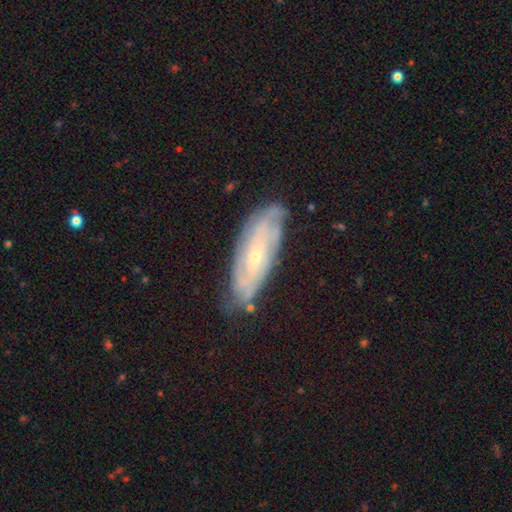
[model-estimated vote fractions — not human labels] Smooth or featured?
  - featured or disk: 77% *
  - smooth: 15%
  - star or artifact: 7%
Edge-on disk?
  - no: 86% *
  - yes: 14%
Bar?
  - no: 68% *
  - weak: 25%
  - strong: 6%
Spiral arms?
  - yes: 92% *
  - no: 8%
Spiral winding?
  - tight: 69% *
  - medium: 24%
  - loose: 6%
Spiral arm count?
  - can't tell: 49% *
  - 2: 16%
  - 3: 12%
  - 4: 12%
  - more than 4: 6%
  - 1: 5%
Bulge size?
  - small: 79% *
  - moderate: 17%
  - none: 2%
  - large: 1%
  - dominant: 1%
Merging?
  - none: 76% *
  - minor disturbance: 18%
  - major disturbance: 4%
  - merger: 2%